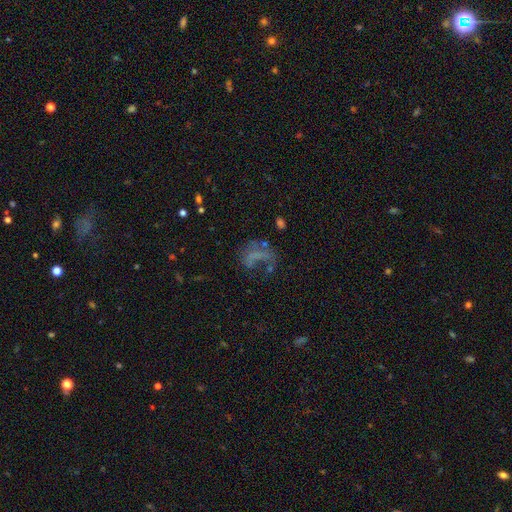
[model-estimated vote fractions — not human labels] A featured or disk galaxy (40%).

Vote fractions:
- Smooth or featured? featured or disk: 40% / smooth: 36% / star or artifact: 24%
- Merging? major disturbance: 43% / none: 32% / minor disturbance: 15% / merger: 9%